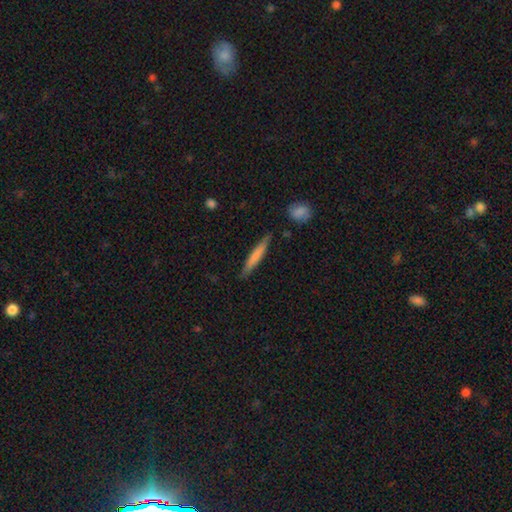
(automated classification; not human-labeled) smooth 66%, featured or disk 29%, star or artifact 5%. Down the decision tree: how rounded — cigar-shaped (94%); merging — none (85%).